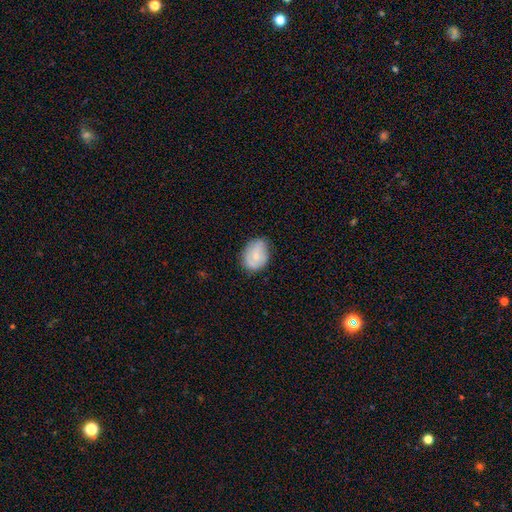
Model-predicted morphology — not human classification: smooth 66%, featured or disk 27%, star or artifact 7%. Down the decision tree: how rounded — in between (65%); merging — none (67%).